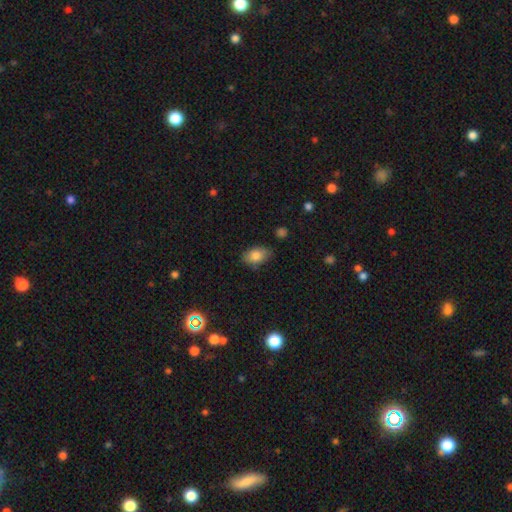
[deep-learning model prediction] This appears to be a smooth galaxy with no disk features (82%) that is in between round and cigar-shaped (84%). Merging: none (77%).